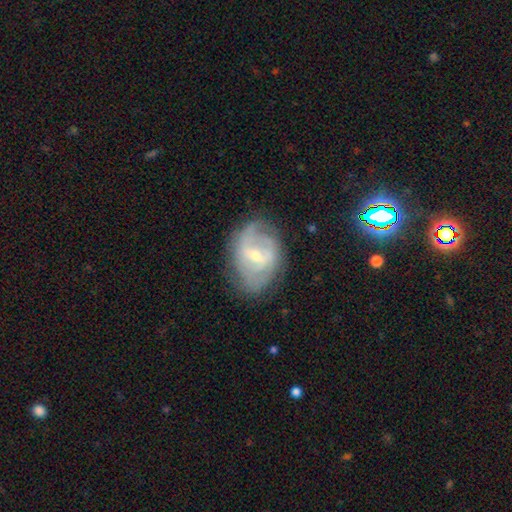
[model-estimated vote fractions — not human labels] A featured or disk galaxy (76%) with a weak bar (53%), 2 (45%) tight (44%) spiral arms (81%) and a small central bulge (51%).

Vote fractions:
- Smooth or featured? featured or disk: 76% / smooth: 17% / star or artifact: 7%
- Edge-on disk? no: 96% / yes: 4%
- Bar? weak: 53% / strong: 23% / no: 23%
- Spiral arms? yes: 81% / no: 19%
- Spiral winding? tight: 44% / medium: 38% / loose: 18%
- Spiral arm count? 2: 45% / can't tell: 34% / 3: 9% / 1: 6% / 4: 3% / more than 4: 2%
- Bulge size? small: 51% / moderate: 45% / large: 2% / none: 1% / dominant: 1%
- Merging? none: 66% / minor disturbance: 23% / major disturbance: 10% / merger: 2%